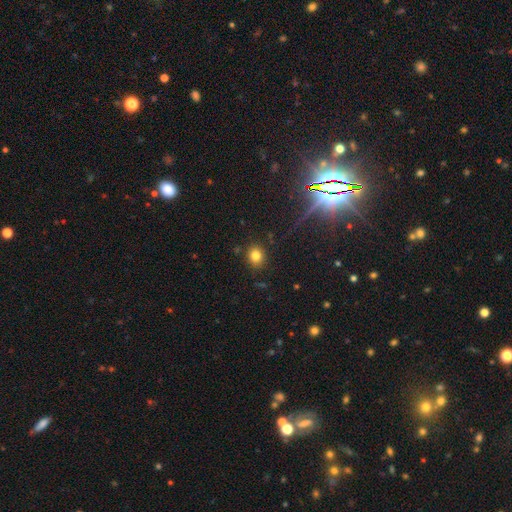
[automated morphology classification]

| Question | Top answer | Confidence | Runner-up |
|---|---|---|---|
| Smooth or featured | smooth | 80% | star or artifact (13%) |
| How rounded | round | 73% | in between (26%) |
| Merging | none | 87% | minor disturbance (8%) |